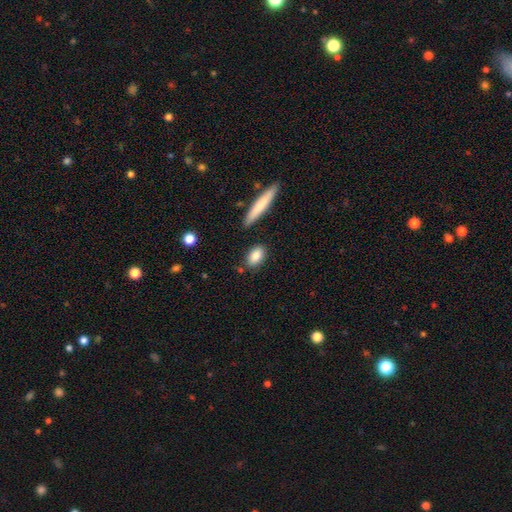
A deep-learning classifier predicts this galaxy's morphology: type=smooth (84%); roundness=in between (83%); merging=none (80%).